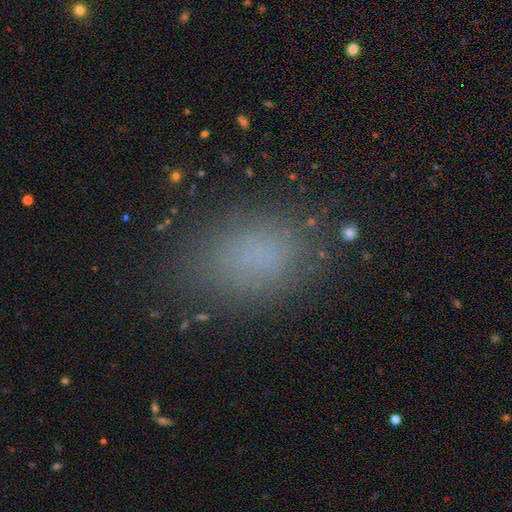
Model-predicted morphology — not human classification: Smooth or featured? Predicted: smooth (p=0.79). How rounded? Predicted: in between (p=0.82). Merging? Predicted: none (p=0.82).